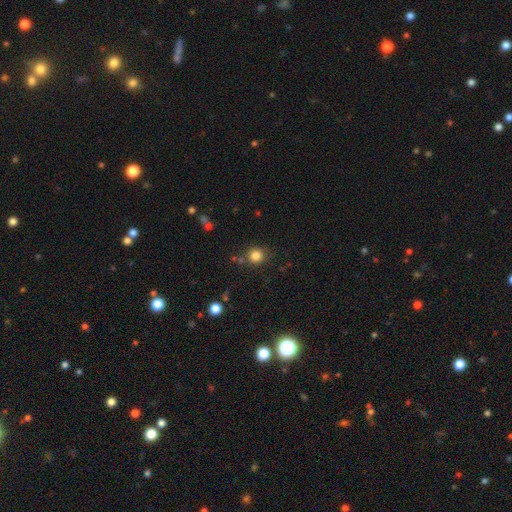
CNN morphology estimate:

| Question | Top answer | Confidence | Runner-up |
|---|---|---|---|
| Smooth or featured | smooth | 82% | star or artifact (12%) |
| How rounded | round | 89% | in between (10%) |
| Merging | none | 80% | minor disturbance (11%) |